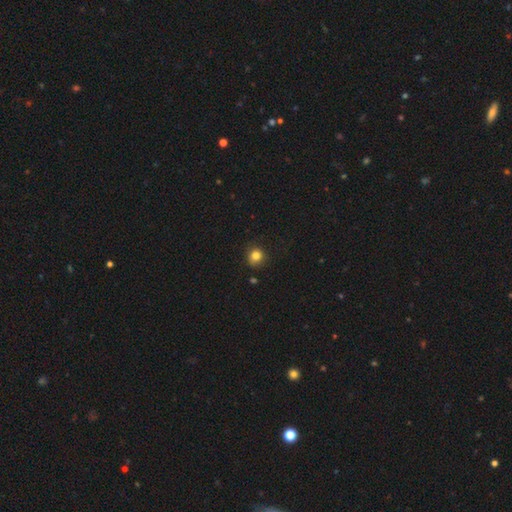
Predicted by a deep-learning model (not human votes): smooth_or_featured: smooth (p=0.83) [alt: star or artifact p=0.12]
how_rounded: round (p=0.84) [alt: in between p=0.15]
merging: none (p=0.82) [alt: minor disturbance p=0.14]